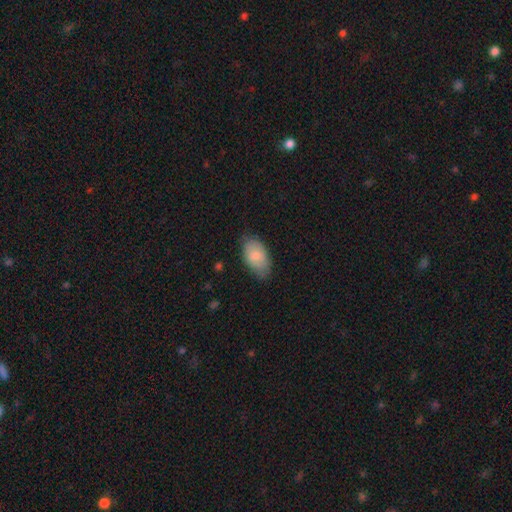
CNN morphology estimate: type=smooth (81%); roundness=in between (94%); merging=none (70%).